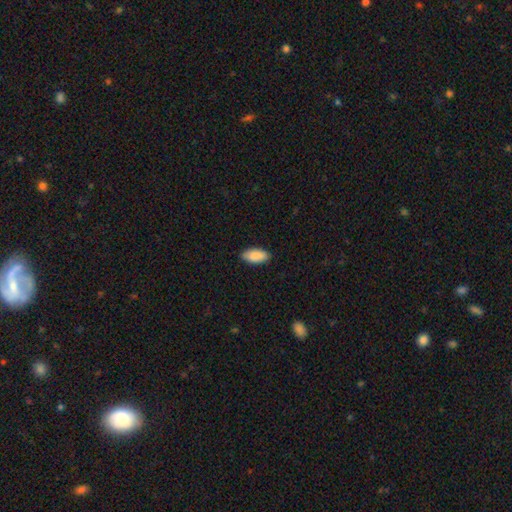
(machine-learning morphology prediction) Smooth or featured: smooth — 90% (star or artifact — 6%)
How rounded: in between — 93% (cigar-shaped — 5%)
Merging: none — 87% (minor disturbance — 10%)